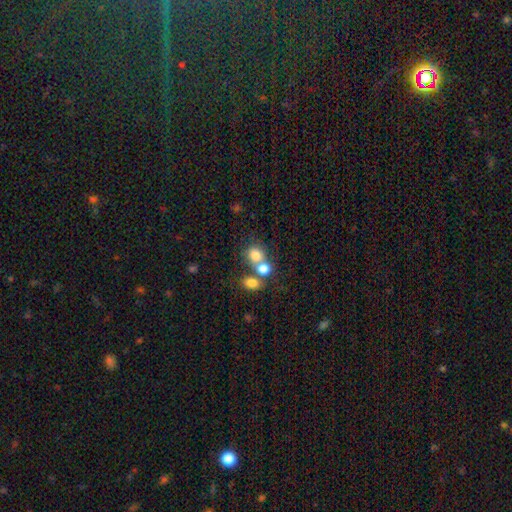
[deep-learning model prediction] Morphology: type=smooth (77%); roundness=round (62%); merging=merger (46%).